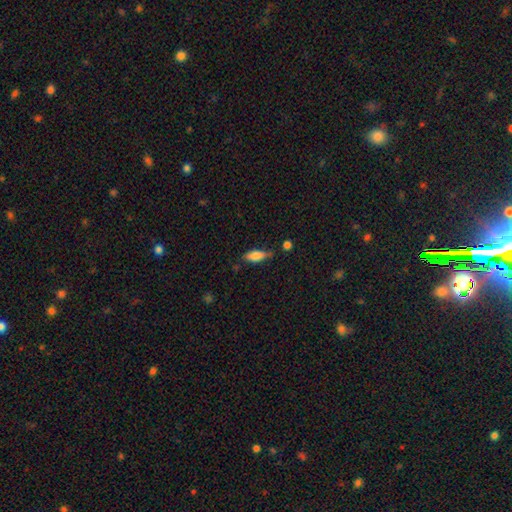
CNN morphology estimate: type=smooth (80%); roundness=in between (72%); merging=none (63%).